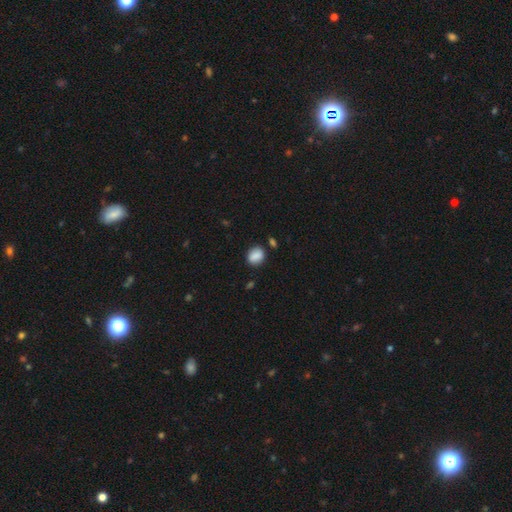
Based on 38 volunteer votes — Q: Smooth or featured?
A: smooth (84%); runner-up: featured or disk (8%)
Q: How rounded?
A: round (62%); runner-up: in between (31%)
Q: Merging?
A: none (77%); runner-up: major disturbance (9%)